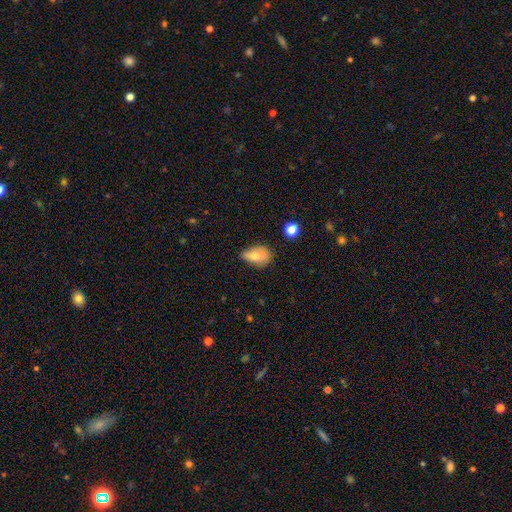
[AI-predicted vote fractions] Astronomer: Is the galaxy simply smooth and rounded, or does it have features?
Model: smooth — 73%.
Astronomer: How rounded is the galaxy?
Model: in between — 84%.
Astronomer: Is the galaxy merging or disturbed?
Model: none — 45% (runner-up: minor disturbance, 36%).